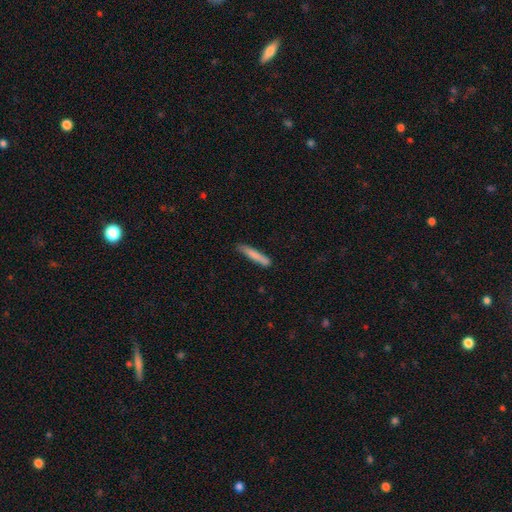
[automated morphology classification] Smooth or featured?
  - smooth: 80% *
  - featured or disk: 15%
  - star or artifact: 6%
How rounded?
  - cigar-shaped: 94% *
  - in between: 5%
  - round: 1%
Merging?
  - none: 80% *
  - minor disturbance: 15%
  - major disturbance: 3%
  - merger: 2%